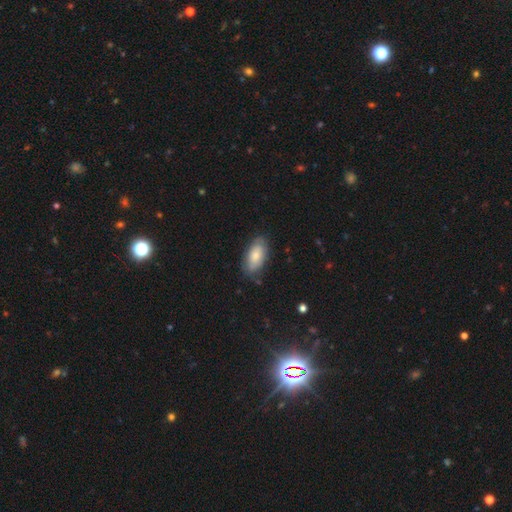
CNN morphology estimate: Smooth or featured? Predicted: smooth (p=0.73). How rounded? Predicted: in between (p=0.92). Merging? Predicted: none (p=0.75).